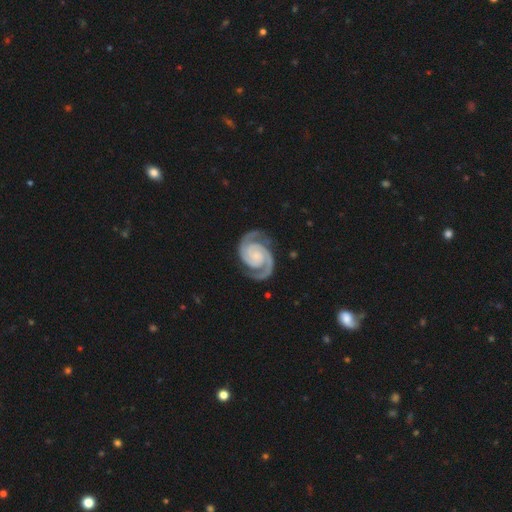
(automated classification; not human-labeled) Smooth or featured: featured or disk — 94% (star or artifact — 3%)
Edge-on disk: no — 98% (yes — 2%)
Bar: no — 68% (weak — 23%)
Spiral arms: yes — 99% (no — 1%)
Spiral winding: tight — 57% (medium — 38%)
Spiral arm count: 2 — 94% (3 — 2%)
Bulge size: small — 45% (none — 28%)
Merging: none — 82% (minor disturbance — 13%)